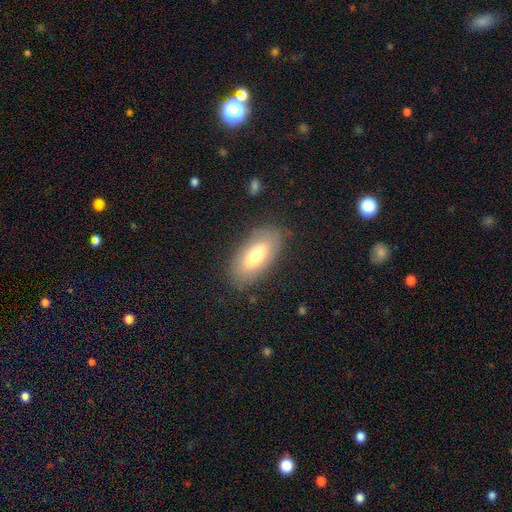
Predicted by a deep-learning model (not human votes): This appears to be a smooth galaxy with no disk features (68%) that is in between round and cigar-shaped (90%). Merging: none (84%).